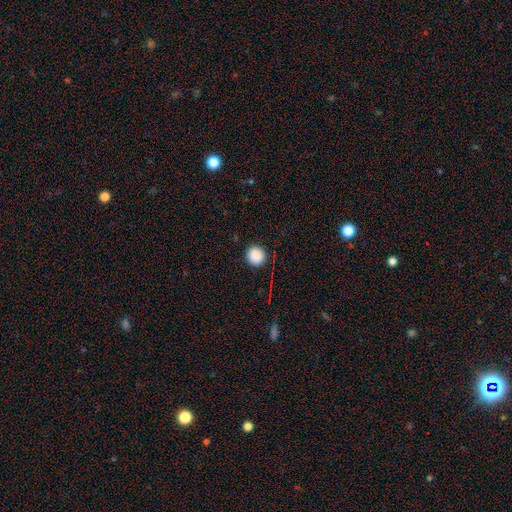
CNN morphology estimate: Q: Smooth or featured?
A: smooth (88%); runner-up: star or artifact (9%)
Q: How rounded?
A: round (93%); runner-up: in between (6%)
Q: Merging?
A: none (91%); runner-up: minor disturbance (6%)